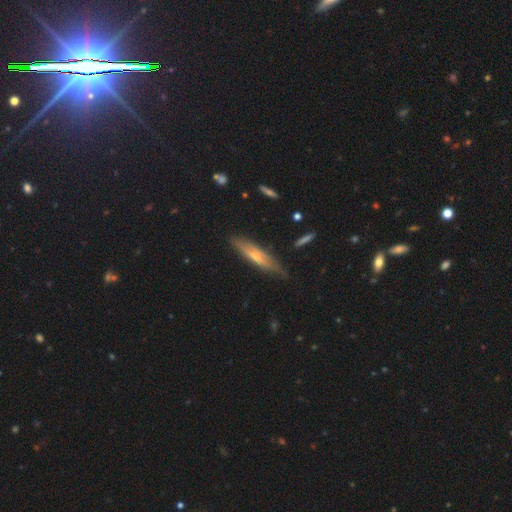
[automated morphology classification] A featured or disk galaxy (52%) viewed edge-on (80%). Merging: none (78%).